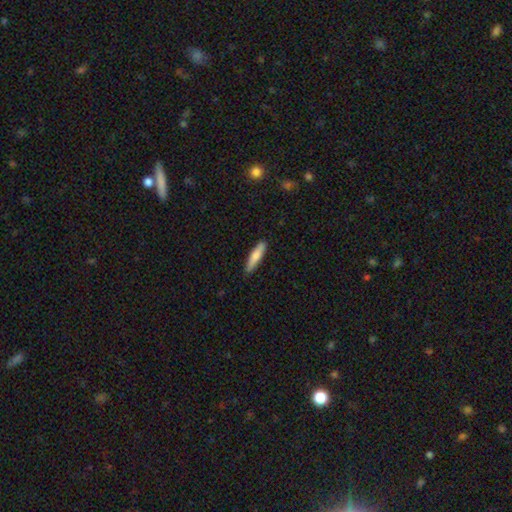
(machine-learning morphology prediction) smooth-or-featured: smooth: 76% | featured or disk: 18% | star or artifact: 6%
  how-rounded: cigar-shaped: 82% | in between: 17% | round: 1%
  merging: none: 88% | minor disturbance: 9% | major disturbance: 2% | merger: 1%